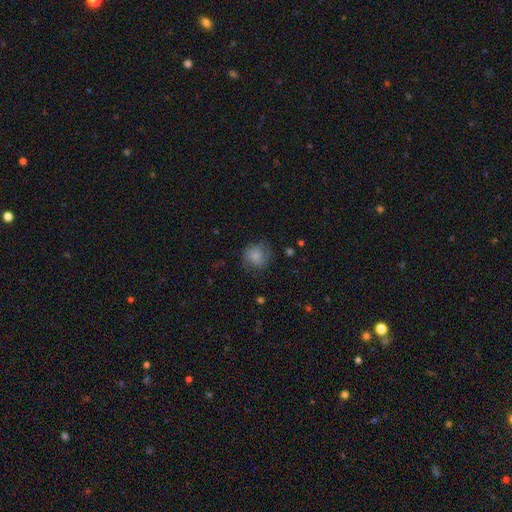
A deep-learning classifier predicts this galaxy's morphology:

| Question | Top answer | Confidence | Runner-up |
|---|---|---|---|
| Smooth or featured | smooth | 72% | featured or disk (19%) |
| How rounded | round | 83% | in between (16%) |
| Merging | none | 66% | minor disturbance (22%) |